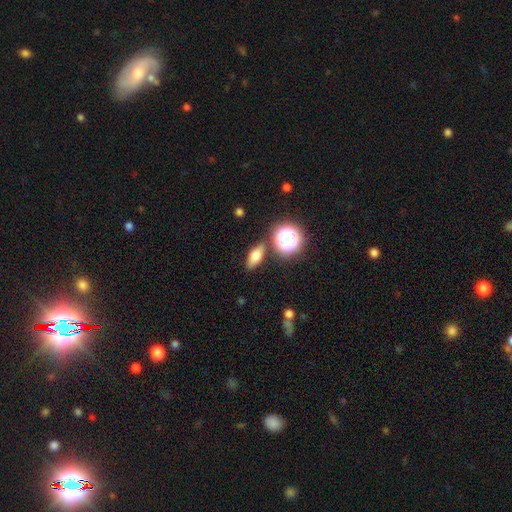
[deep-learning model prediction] Smooth or featured? Predicted: smooth (p=0.68). How rounded? Predicted: in between (p=0.65). Merging? Predicted: none (p=0.82).